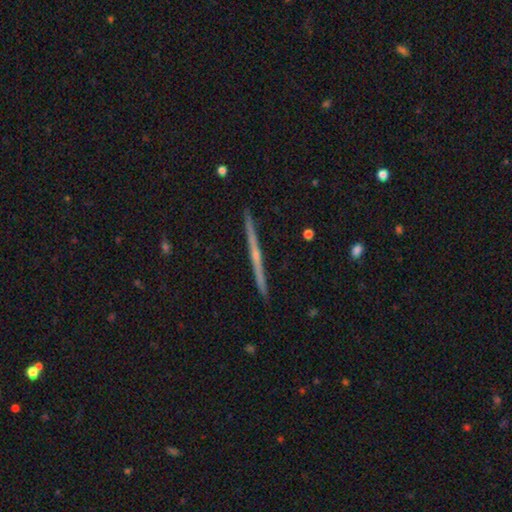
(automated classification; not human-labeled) Smooth or featured: featured or disk — 75% (smooth — 18%)
Edge-on disk: yes — 98% (no — 2%)
Edge-on bulge: rounded — 55% (none — 40%)
Merging: none — 92% (minor disturbance — 6%)